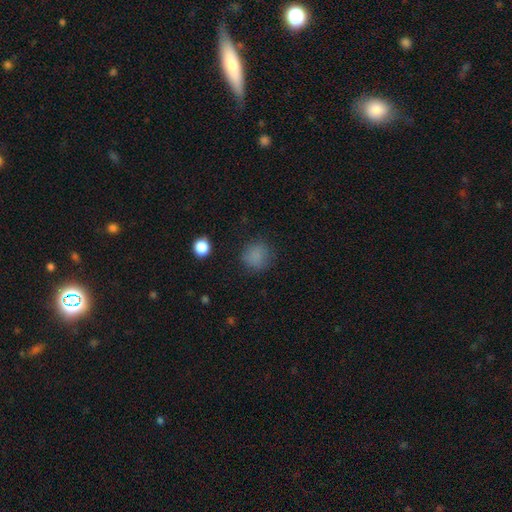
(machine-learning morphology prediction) The model was most divided on "merging": none: 79%, minor disturbance: 14%, major disturbance: 6%, merger: 2%. More confident: how rounded — round (86%); smooth or featured — smooth (81%).